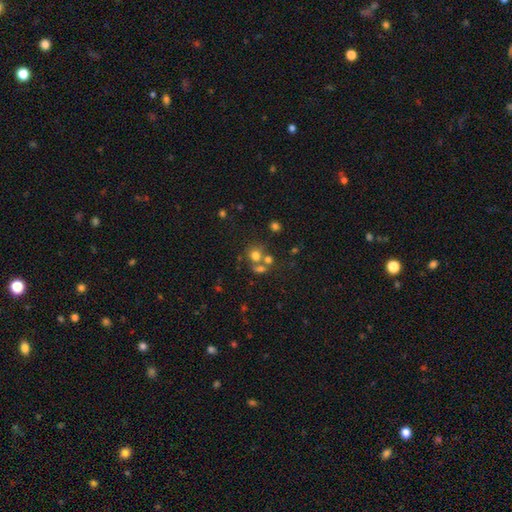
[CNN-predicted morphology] A smooth galaxy with no disk features (69%) that is round (80%). Merging: none (48%).